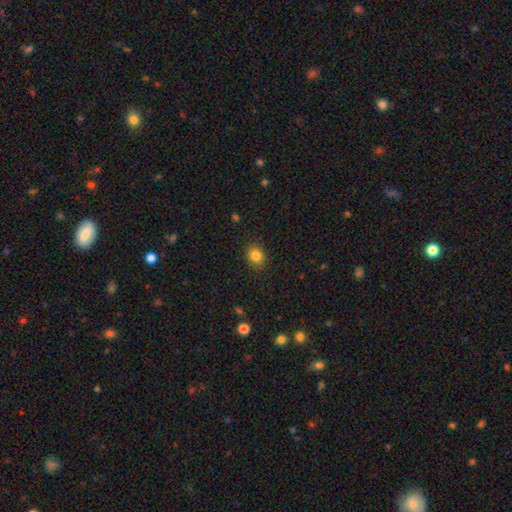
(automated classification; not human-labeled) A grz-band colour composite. It shows a smooth galaxy with no disk features (84%) that is round (64%). Merging: none (89%).